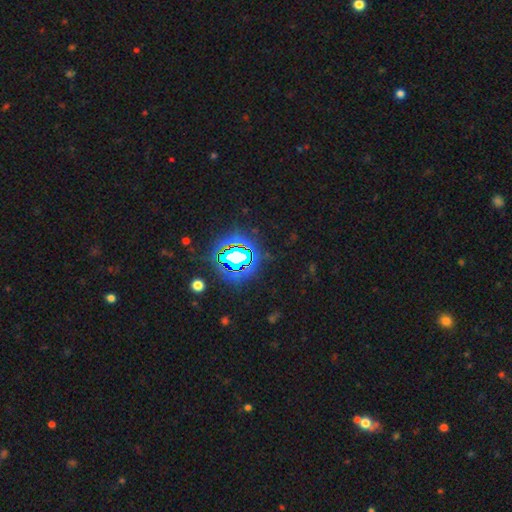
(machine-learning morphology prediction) smooth-or-featured: star or artifact: 81% | smooth: 11% | featured or disk: 7%